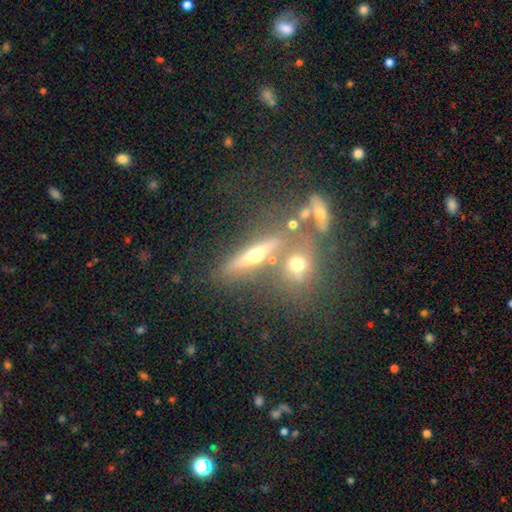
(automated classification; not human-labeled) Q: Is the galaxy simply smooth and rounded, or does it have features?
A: featured or disk — 47%.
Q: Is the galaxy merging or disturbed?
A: none — 62%.